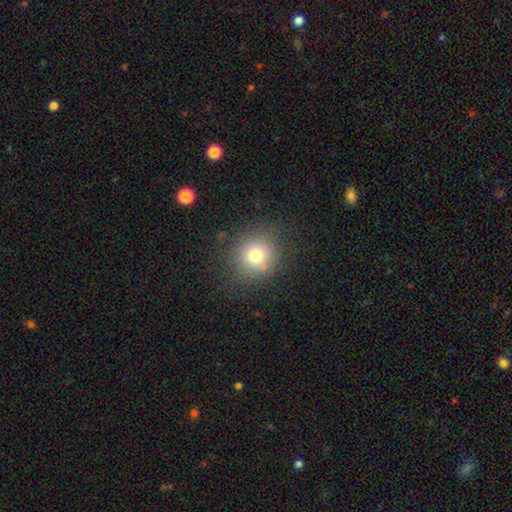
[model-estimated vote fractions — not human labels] This is likely a smooth galaxy (74%). How rounded: clearly round (88%). Merging: clearly none (84%).